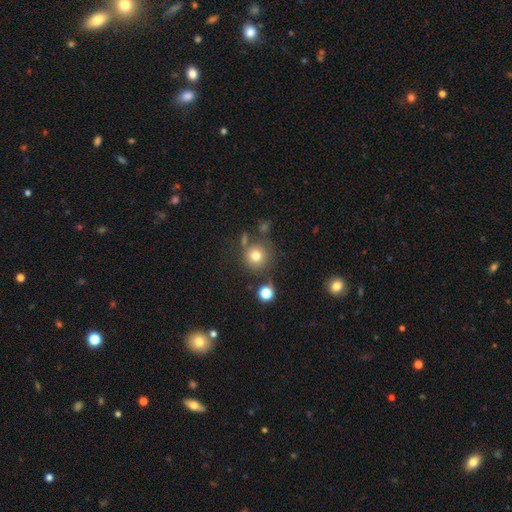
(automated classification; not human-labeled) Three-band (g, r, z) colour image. It shows a smooth galaxy with no disk features (76%) that is round (93%). Merging: none (73%).